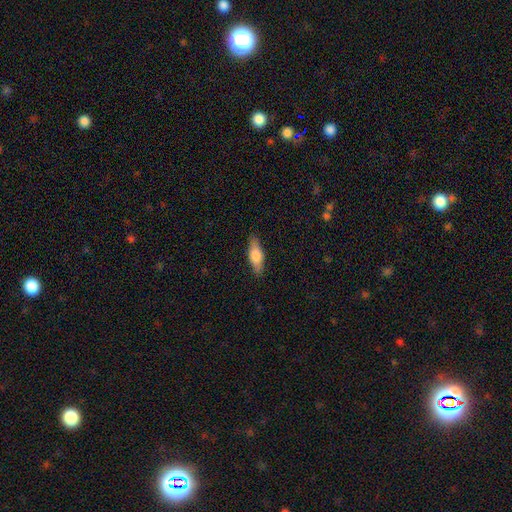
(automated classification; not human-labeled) Smooth or featured? smooth (64%)
How rounded? in between (55%)
Merging? none (87%)